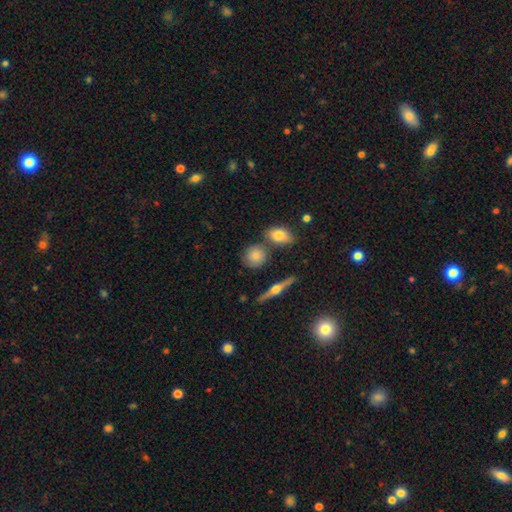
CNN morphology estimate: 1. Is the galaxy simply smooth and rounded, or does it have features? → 69% smooth, 22% featured or disk, 9% star or artifact.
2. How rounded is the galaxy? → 79% round, 18% in between, 3% cigar-shaped.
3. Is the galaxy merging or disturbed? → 73% none, 13% minor disturbance, 11% merger, 3% major disturbance.